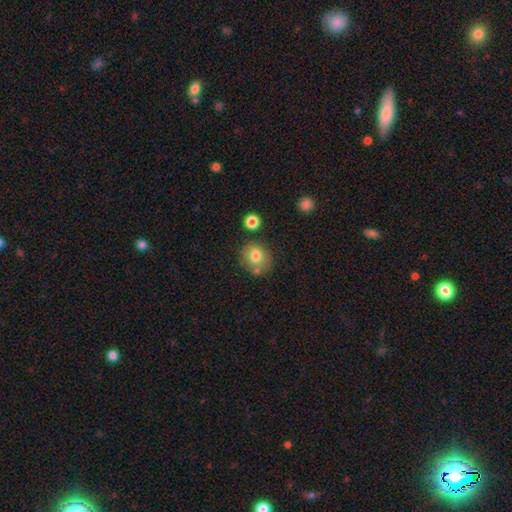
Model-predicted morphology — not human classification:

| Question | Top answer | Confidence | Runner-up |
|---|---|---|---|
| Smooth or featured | smooth | 76% | featured or disk (14%) |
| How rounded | round | 69% | in between (30%) |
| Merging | none | 67% | minor disturbance (17%) |